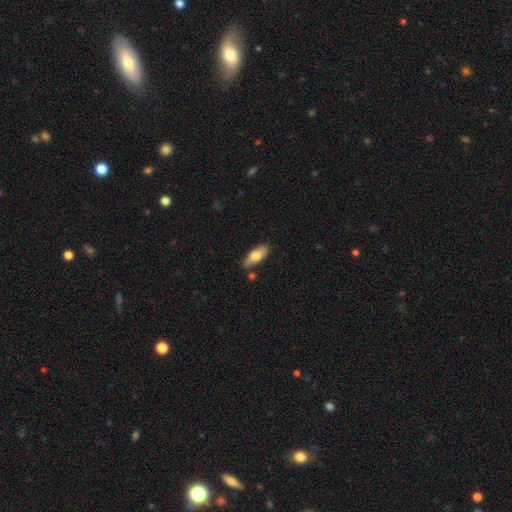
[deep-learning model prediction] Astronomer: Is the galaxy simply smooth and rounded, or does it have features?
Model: smooth — 70%.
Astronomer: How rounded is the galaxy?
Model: in between — 76%.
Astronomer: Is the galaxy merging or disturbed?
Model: none — 79%.